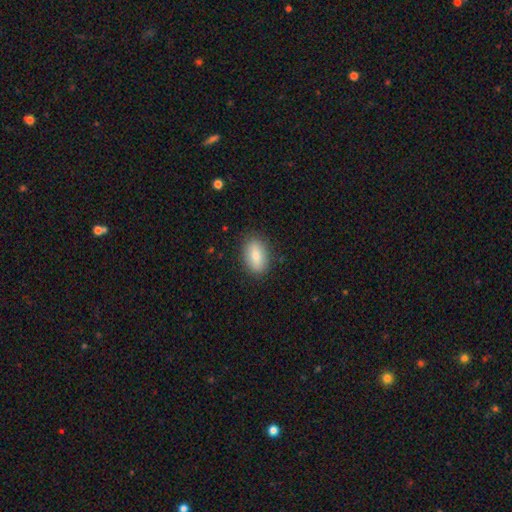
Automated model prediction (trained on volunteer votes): smooth_or_featured: smooth (p=0.80) [alt: featured or disk p=0.13]
how_rounded: in between (p=0.87) [alt: round p=0.10]
merging: none (p=0.85) [alt: minor disturbance p=0.11]